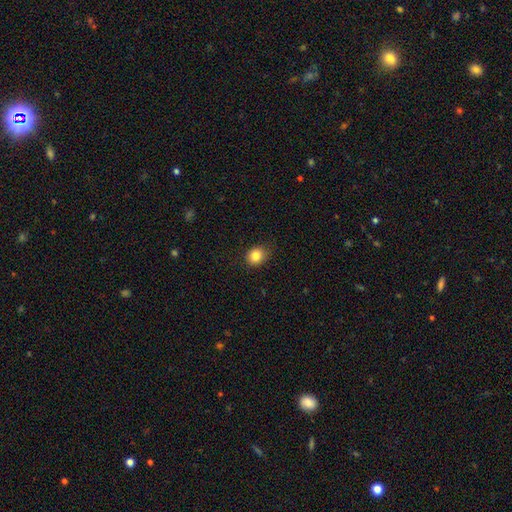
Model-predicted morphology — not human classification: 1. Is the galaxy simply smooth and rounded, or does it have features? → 84% smooth, 10% star or artifact, 6% featured or disk.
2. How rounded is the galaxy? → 70% round, 30% in between, 1% cigar-shaped.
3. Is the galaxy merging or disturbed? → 83% none, 13% minor disturbance, 3% major disturbance, 1% merger.